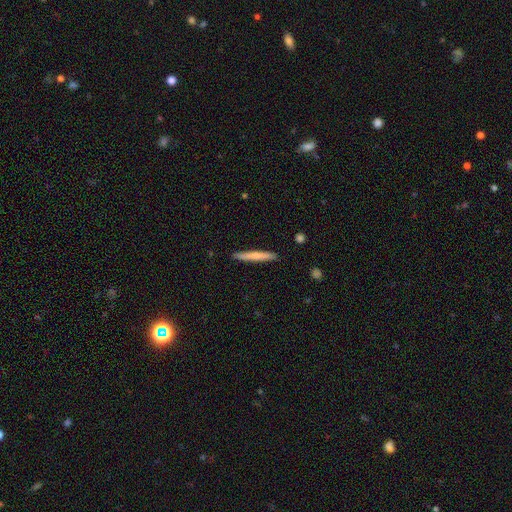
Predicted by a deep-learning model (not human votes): Smooth or featured? smooth (63%)
How rounded? cigar-shaped (96%)
Merging? none (90%)